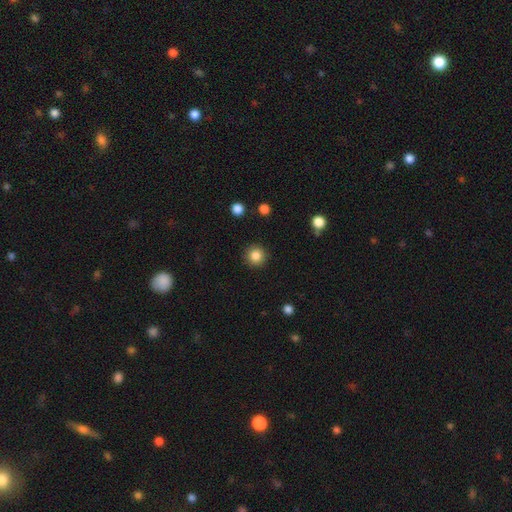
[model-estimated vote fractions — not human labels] Morphology: type=smooth (85%); roundness=round (95%); merging=none (92%).